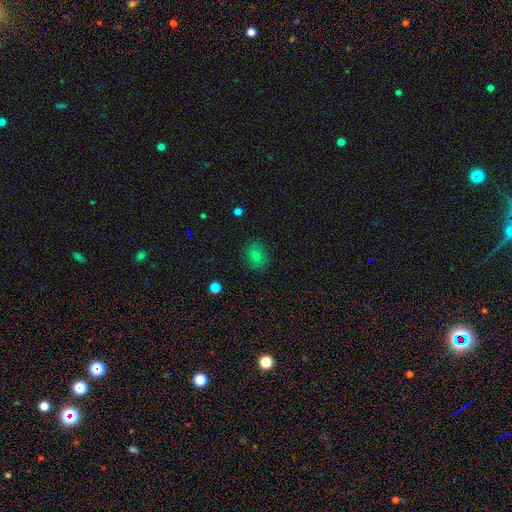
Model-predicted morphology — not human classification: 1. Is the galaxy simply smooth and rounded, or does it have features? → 64% smooth, 19% star or artifact, 16% featured or disk.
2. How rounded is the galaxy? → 70% round, 29% in between, 1% cigar-shaped.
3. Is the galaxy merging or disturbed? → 84% none, 12% minor disturbance, 3% major disturbance, 1% merger.